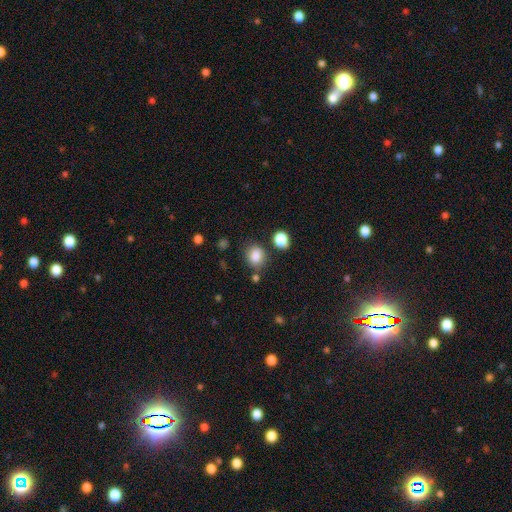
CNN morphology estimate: This is clearly a smooth galaxy (83%). How rounded: possibly round (58%). Merging: likely none (76%).